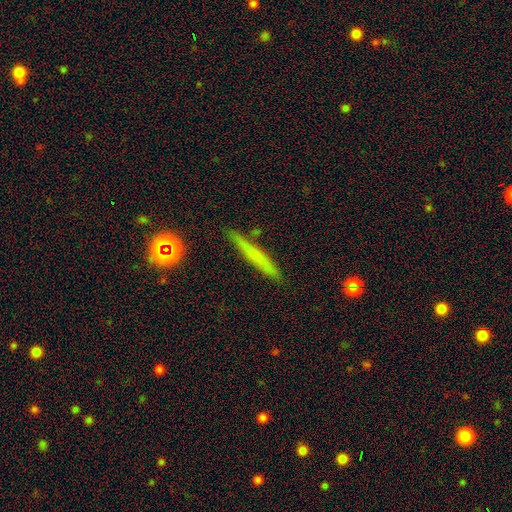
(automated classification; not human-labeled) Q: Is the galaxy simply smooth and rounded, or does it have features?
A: smooth — 58%.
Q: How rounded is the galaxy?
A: cigar-shaped — 94%.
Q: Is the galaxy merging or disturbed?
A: none — 85%.